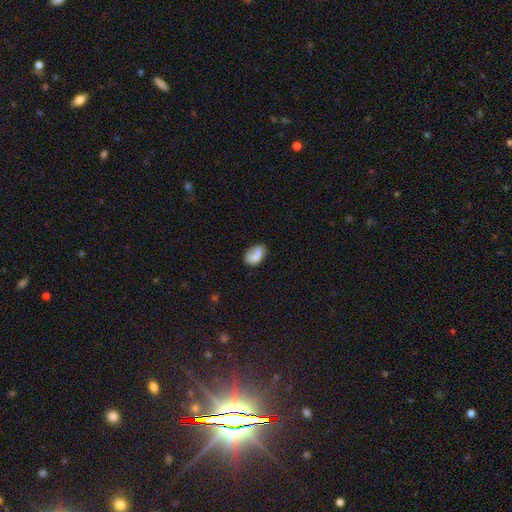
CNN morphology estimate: smooth-or-featured: smooth: 73% | featured or disk: 19% | star or artifact: 9%
  how-rounded: in between: 87% | round: 11% | cigar-shaped: 2%
  merging: none: 52% | minor disturbance: 28% | major disturbance: 13% | merger: 7%